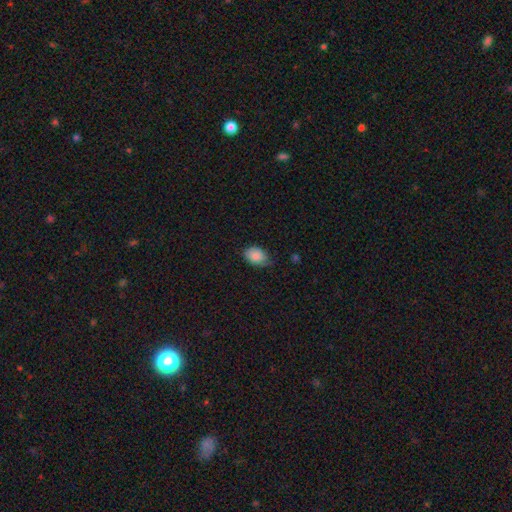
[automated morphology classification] A smooth galaxy with no disk features (86%) that is in between round and cigar-shaped (79%).

Vote fractions:
- Smooth or featured? smooth: 86% / star or artifact: 7% / featured or disk: 7%
- How rounded? in between: 79% / round: 20% / cigar-shaped: 1%
- Merging? none: 62% / minor disturbance: 31% / major disturbance: 5% / merger: 1%